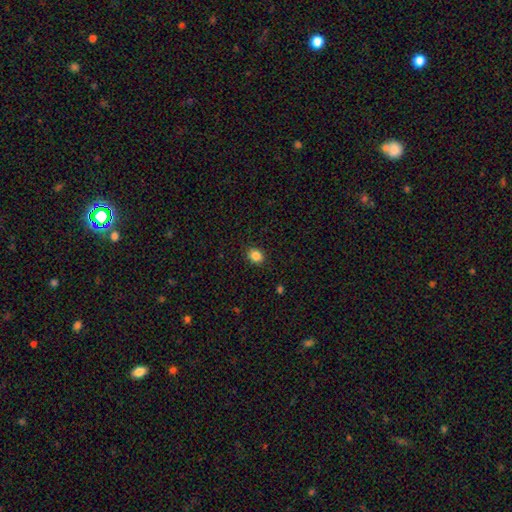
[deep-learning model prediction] Q: Smooth or featured?
A: smooth (86%); runner-up: star or artifact (10%)
Q: How rounded?
A: round (56%); runner-up: in between (43%)
Q: Merging?
A: none (89%); runner-up: minor disturbance (7%)